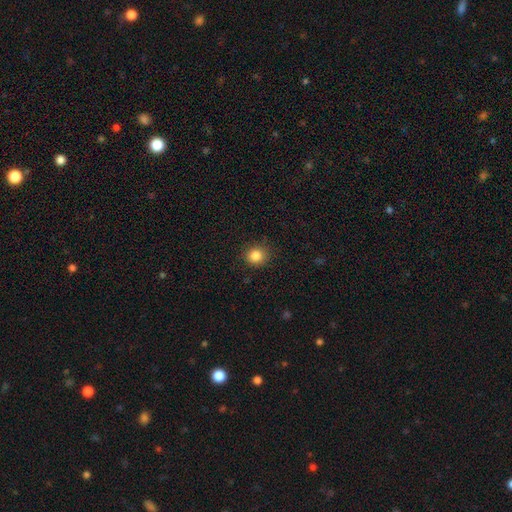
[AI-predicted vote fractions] This appears to be a smooth galaxy with no disk features (85%) that is round (84%). Merging: none (87%).